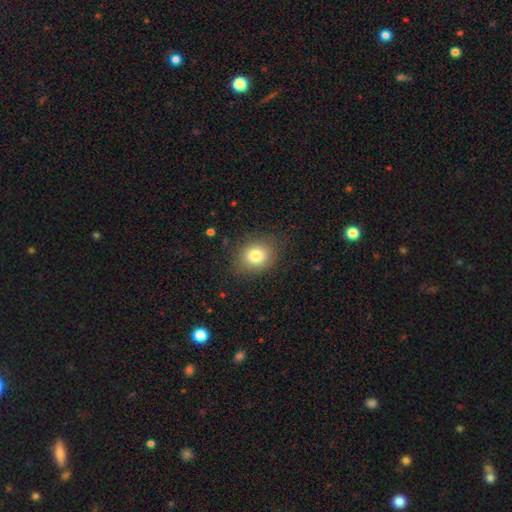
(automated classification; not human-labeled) Q: Smooth or featured?
A: smooth (80%); runner-up: star or artifact (11%)
Q: How rounded?
A: round (60%); runner-up: in between (39%)
Q: Merging?
A: none (83%); runner-up: minor disturbance (12%)